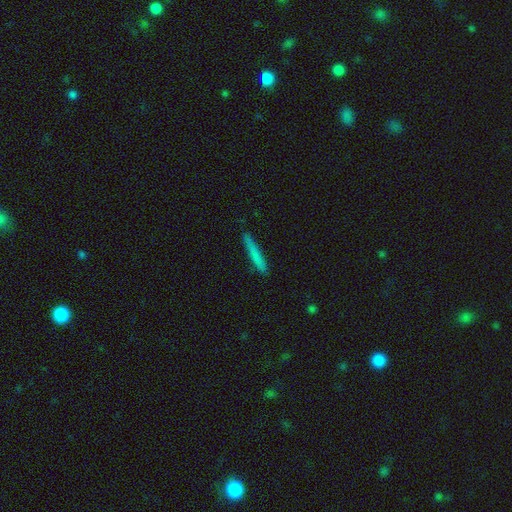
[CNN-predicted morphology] Smooth or featured: smooth — 74% (featured or disk — 19%)
How rounded: cigar-shaped — 96% (in between — 3%)
Merging: none — 88% (minor disturbance — 9%)